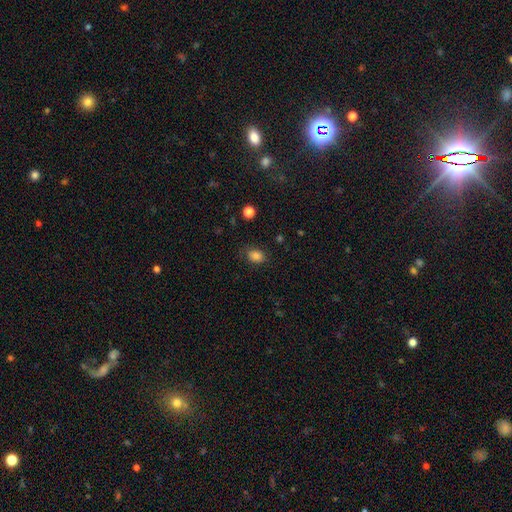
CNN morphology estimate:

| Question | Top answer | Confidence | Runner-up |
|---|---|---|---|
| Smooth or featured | smooth | 84% | star or artifact (11%) |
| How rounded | in between | 65% | round (34%) |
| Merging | none | 76% | minor disturbance (18%) |